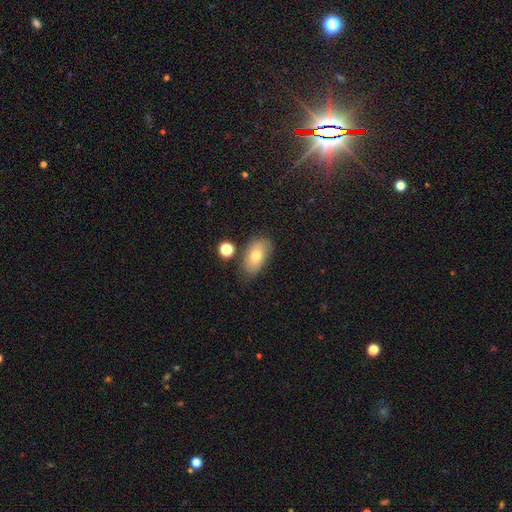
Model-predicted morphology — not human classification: This is likely a smooth galaxy (70%). How rounded: clearly in between (90%). Merging: likely none (69%).